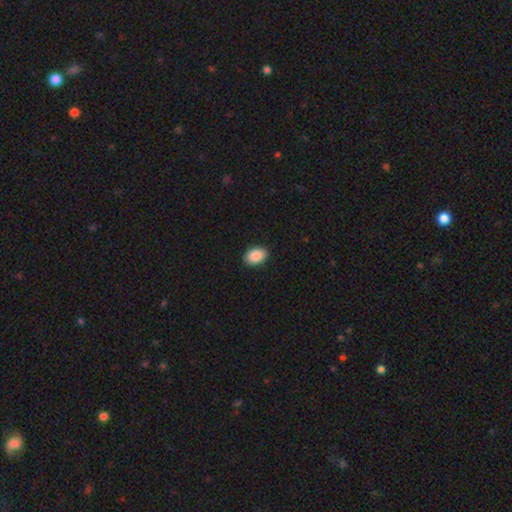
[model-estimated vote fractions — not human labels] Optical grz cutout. It shows a smooth galaxy with no disk features (90%) that is in between round and cigar-shaped (85%). Merging: none (91%).